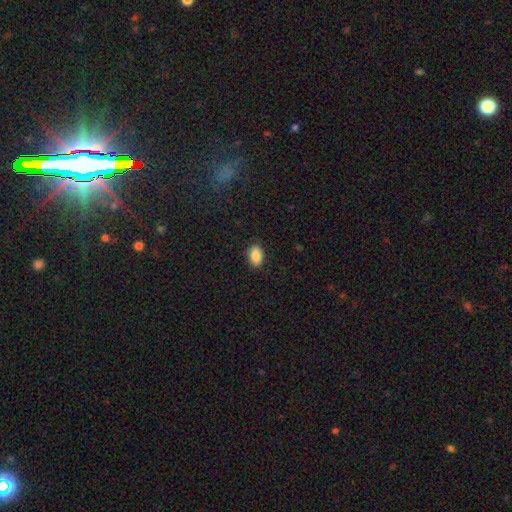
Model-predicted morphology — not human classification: smooth_or_featured: smooth (p=0.87) [alt: star or artifact p=0.08]
how_rounded: in between (p=0.90) [alt: round p=0.08]
merging: none (p=0.85) [alt: minor disturbance p=0.12]